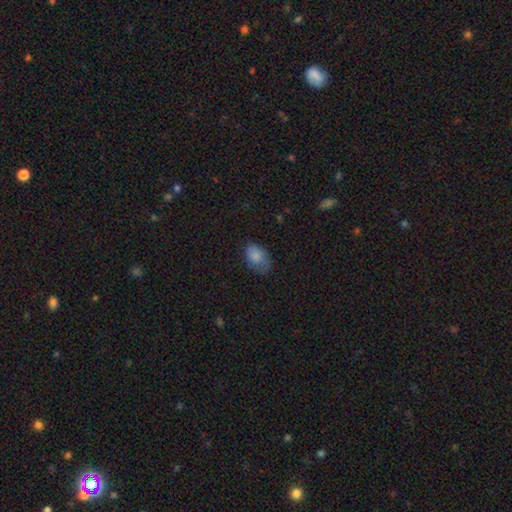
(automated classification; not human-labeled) smooth_or_featured: smooth (p=0.77) [alt: featured or disk p=0.14]
how_rounded: in between (p=0.86) [alt: round p=0.12]
merging: none (p=0.48) [alt: minor disturbance p=0.34]